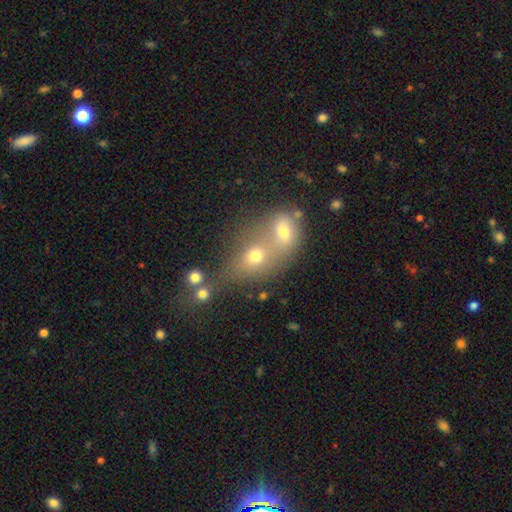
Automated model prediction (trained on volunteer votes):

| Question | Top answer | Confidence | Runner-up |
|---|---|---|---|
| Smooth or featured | smooth | 64% | featured or disk (19%) |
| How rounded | in between | 49% | round (48%) |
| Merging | merger | 64% | none (24%) |